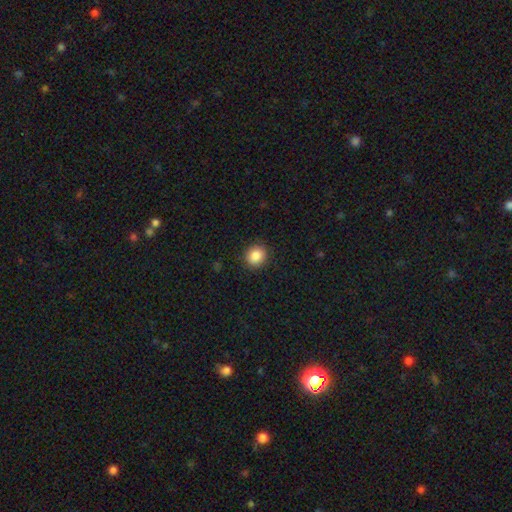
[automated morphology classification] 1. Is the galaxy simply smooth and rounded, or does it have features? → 86% smooth, 9% star or artifact, 4% featured or disk.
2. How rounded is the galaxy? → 81% round, 18% in between, 1% cigar-shaped.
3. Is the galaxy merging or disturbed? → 90% none, 7% minor disturbance, 2% major disturbance, 1% merger.